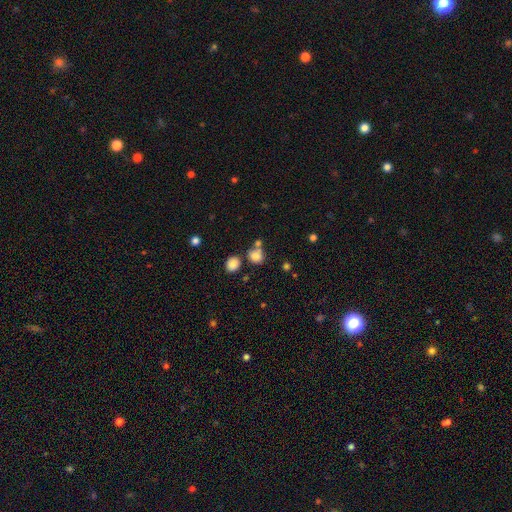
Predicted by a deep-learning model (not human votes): smooth_or_featured: smooth (p=0.81) [alt: star or artifact p=0.13]
how_rounded: round (p=0.67) [alt: in between p=0.32]
merging: none (p=0.56) [alt: merger p=0.26]